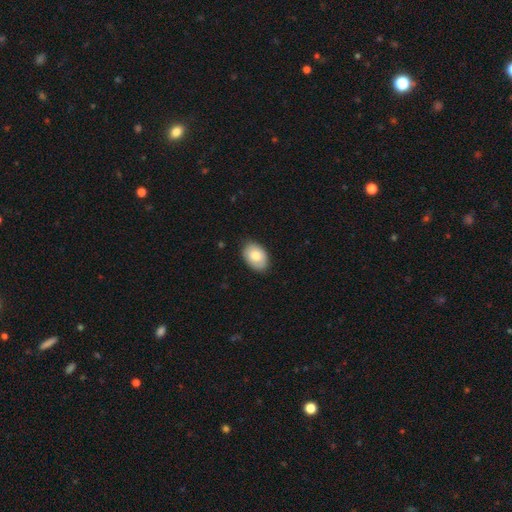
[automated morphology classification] This appears to be a smooth galaxy with no disk features (79%) that is in between round and cigar-shaped (86%). Merging: none (84%).